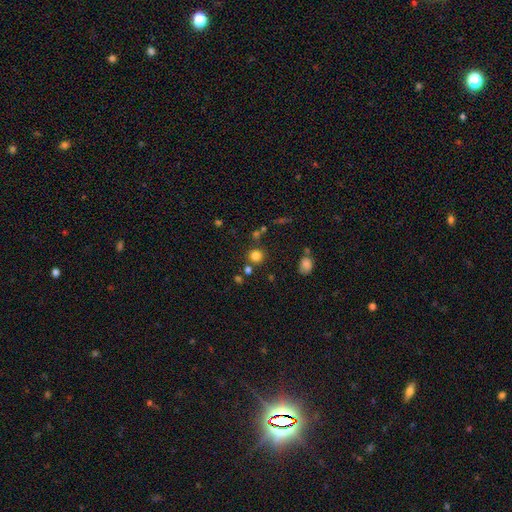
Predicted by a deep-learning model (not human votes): Q: Smooth or featured?
A: smooth (79%); runner-up: star or artifact (15%)
Q: How rounded?
A: round (91%); runner-up: in between (8%)
Q: Merging?
A: none (77%); runner-up: merger (11%)